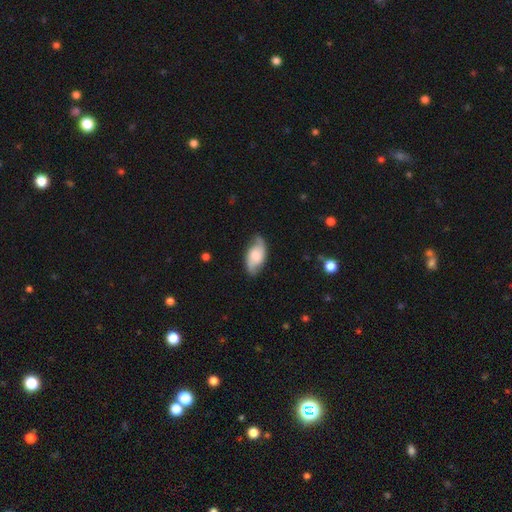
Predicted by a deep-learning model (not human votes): Overall: featured or disk (51%; smooth 42%). Edge-on disk: no (90%). Merging: none (75%).